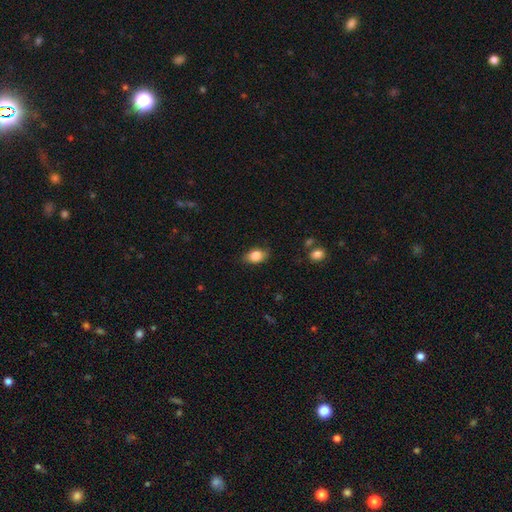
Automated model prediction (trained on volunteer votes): Smooth or featured?
  - smooth: 84% *
  - featured or disk: 9%
  - star or artifact: 8%
How rounded?
  - in between: 84% *
  - round: 13%
  - cigar-shaped: 2%
Merging?
  - none: 80% *
  - minor disturbance: 15%
  - major disturbance: 3%
  - merger: 1%